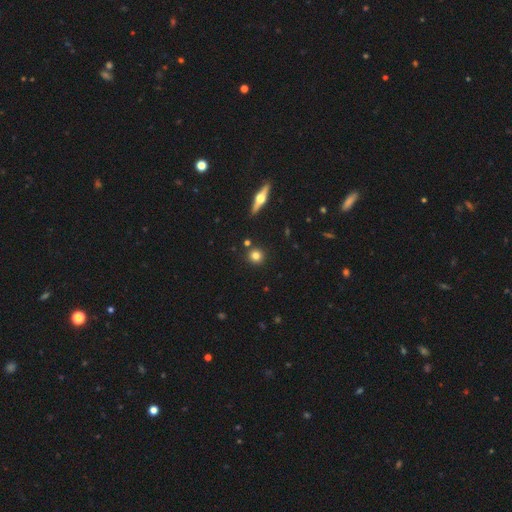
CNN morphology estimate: Smooth or featured? Predicted: smooth (p=0.77). How rounded? Predicted: round (p=0.93). Merging? Predicted: none (p=0.88).